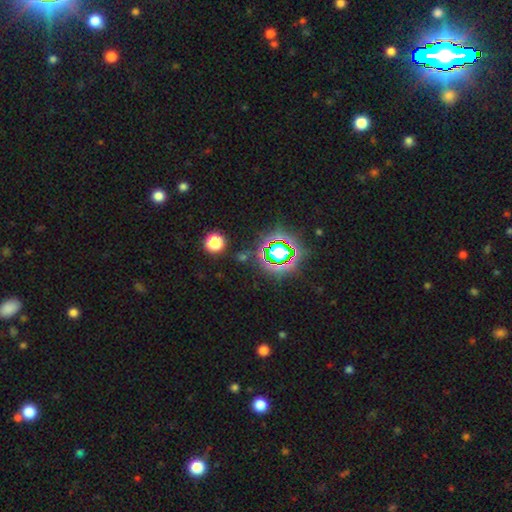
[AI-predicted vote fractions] Smooth or featured?
  - star or artifact: 78% *
  - smooth: 15%
  - featured or disk: 7%